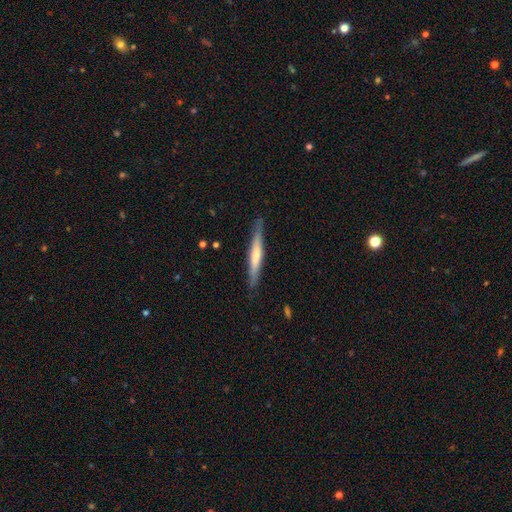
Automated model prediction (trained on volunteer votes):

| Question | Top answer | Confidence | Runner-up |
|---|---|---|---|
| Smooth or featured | smooth | 49% | featured or disk (46%) |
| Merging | none | 86% | minor disturbance (10%) |